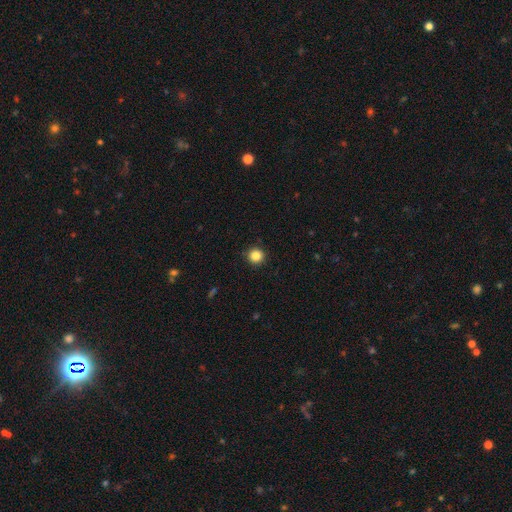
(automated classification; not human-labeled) This is clearly a smooth galaxy (85%). How rounded: clearly round (95%). Merging: clearly none (92%).